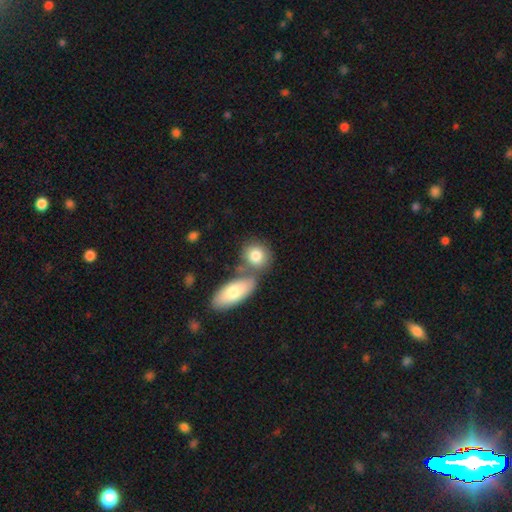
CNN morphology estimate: Smooth or featured: smooth — 80% (featured or disk — 13%)
How rounded: round — 58% (in between — 39%)
Merging: none — 53% (merger — 34%)